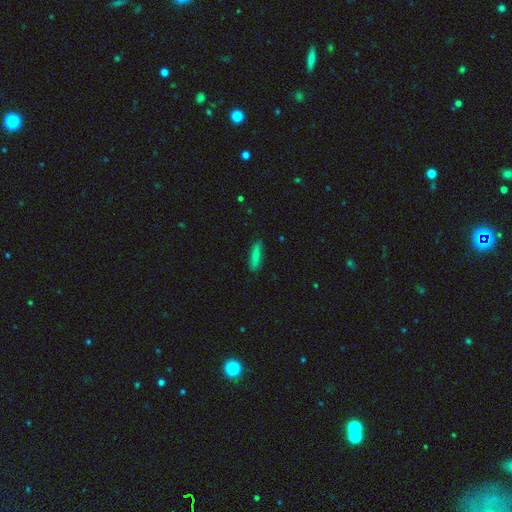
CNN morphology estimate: A smooth galaxy with no disk features (76%) that is cigar-shaped (74%).

Vote fractions:
- Smooth or featured? smooth: 76% / featured or disk: 17% / star or artifact: 7%
- How rounded? cigar-shaped: 74% / in between: 24% / round: 2%
- Merging? none: 85% / minor disturbance: 12% / major disturbance: 2% / merger: 1%